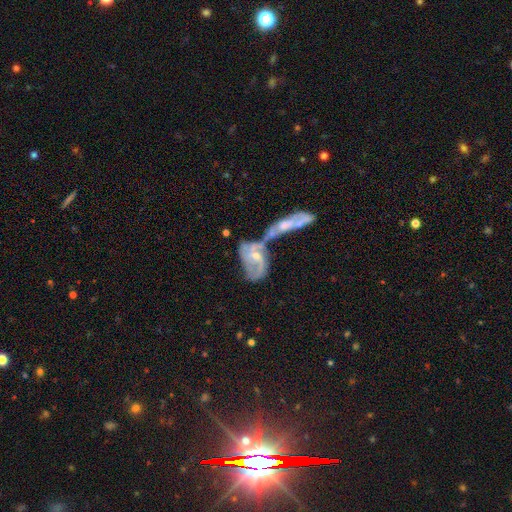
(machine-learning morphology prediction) Q: Smooth or featured?
A: featured or disk (74%); runner-up: smooth (18%)
Q: Edge-on disk?
A: no (93%); runner-up: yes (7%)
Q: Bar?
A: no (59%); runner-up: weak (32%)
Q: Spiral arms?
A: yes (78%); runner-up: no (22%)
Q: Spiral winding?
A: medium (38%); runner-up: loose (37%)
Q: Spiral arm count?
A: 2 (53%); runner-up: can't tell (27%)
Q: Bulge size?
A: small (52%); runner-up: moderate (41%)
Q: Merging?
A: merger (64%); runner-up: none (14%)